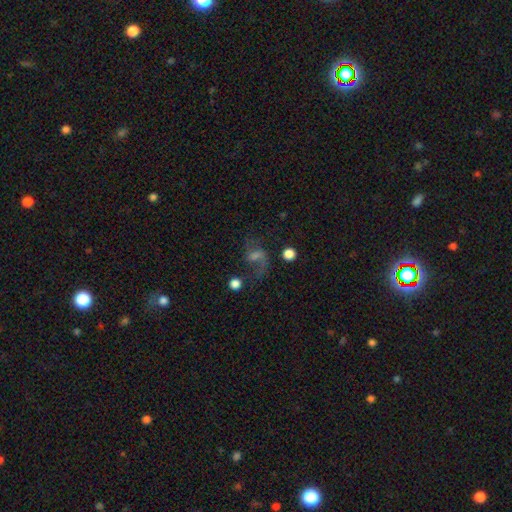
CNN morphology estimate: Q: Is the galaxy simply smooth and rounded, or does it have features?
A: featured or disk — 68%.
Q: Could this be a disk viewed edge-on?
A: no — 97%.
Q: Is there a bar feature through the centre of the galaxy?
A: weak — 47%.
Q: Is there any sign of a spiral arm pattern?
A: yes — 91%.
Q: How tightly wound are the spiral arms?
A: loose — 71%.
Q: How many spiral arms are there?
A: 2 — 83%.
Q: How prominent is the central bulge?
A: small — 43%.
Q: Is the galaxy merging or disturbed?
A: none — 61%.